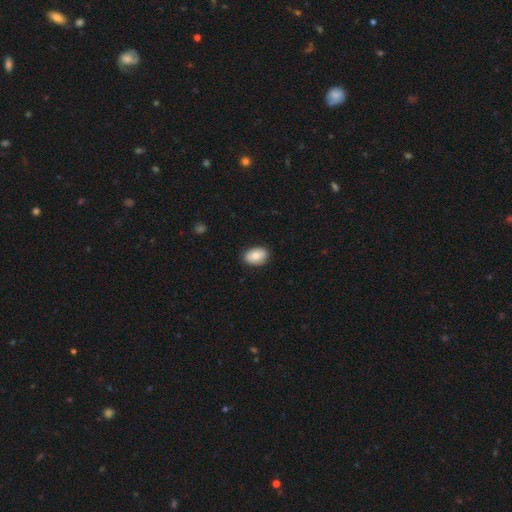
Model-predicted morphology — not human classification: The model was most divided on "how rounded": in between: 82%, round: 17%, cigar-shaped: 1%. More confident: merging — none (87%); smooth or featured — smooth (80%).